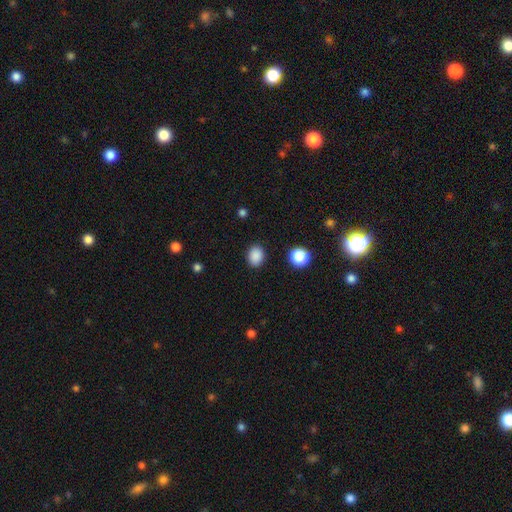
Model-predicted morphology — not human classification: A smooth galaxy with no disk features (87%) that is in between round and cigar-shaped (55%).

Vote fractions:
- Smooth or featured? smooth: 87% / star or artifact: 10% / featured or disk: 3%
- How rounded? in between: 55% / round: 44% / cigar-shaped: 1%
- Merging? none: 87% / minor disturbance: 8% / major disturbance: 3% / merger: 2%